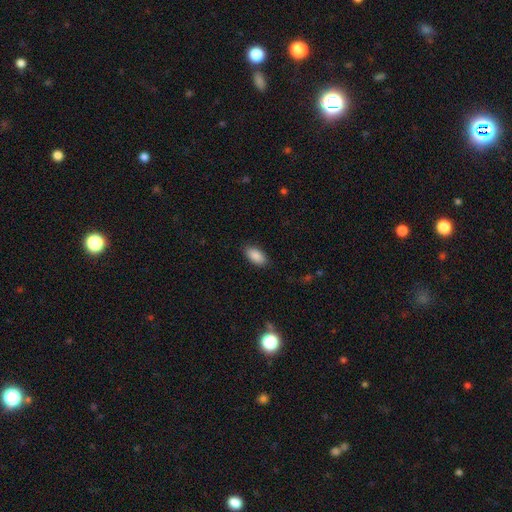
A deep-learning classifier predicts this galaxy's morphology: A smooth galaxy with no disk features (89%) that is in between round and cigar-shaped (93%).

Vote fractions:
- Smooth or featured? smooth: 89% / star or artifact: 7% / featured or disk: 4%
- How rounded? in between: 93% / cigar-shaped: 4% / round: 3%
- Merging? none: 87% / minor disturbance: 9% / major disturbance: 2% / merger: 1%